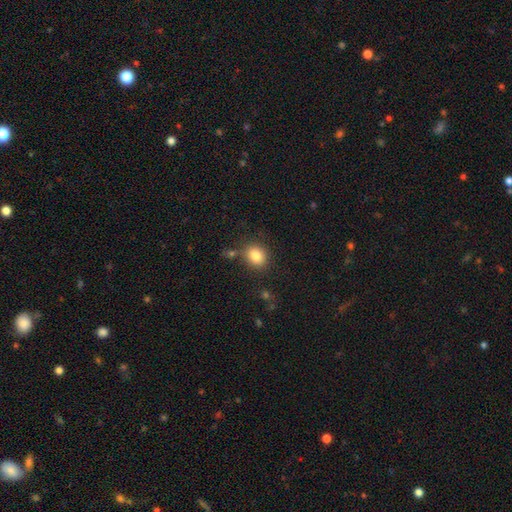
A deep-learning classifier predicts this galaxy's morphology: The model was most divided on "how rounded": round: 70%, in between: 29%, cigar-shaped: 1%. More confident: smooth or featured — smooth (83%); merging — none (78%).